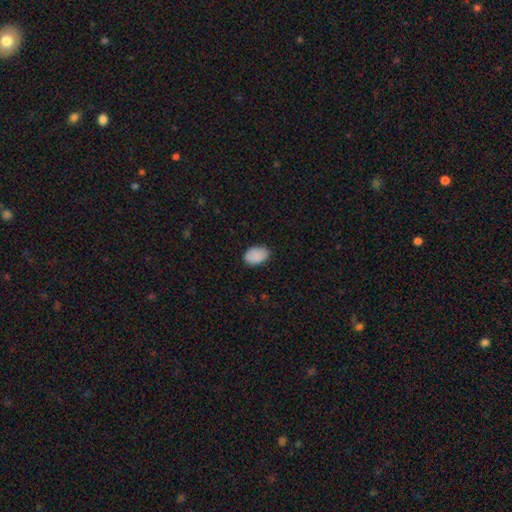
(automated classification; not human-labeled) Morphology: type=smooth (88%); roundness=in between (89%); merging=none (81%).